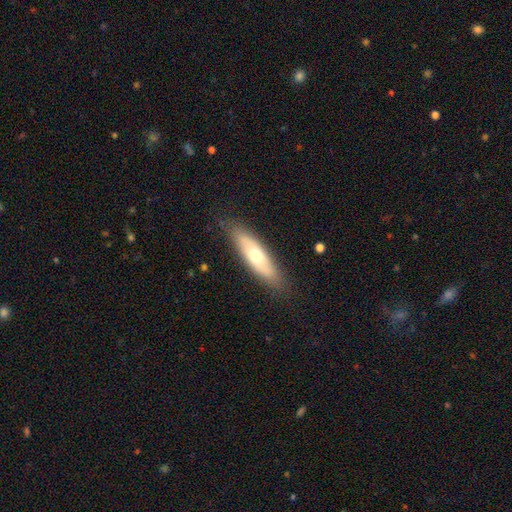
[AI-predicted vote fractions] A smooth galaxy with no disk features (55%) that is cigar-shaped (53%).

Vote fractions:
- Smooth or featured? smooth: 55% / featured or disk: 39% / star or artifact: 6%
- How rounded? cigar-shaped: 53% / in between: 45% / round: 2%
- Merging? none: 83% / minor disturbance: 13% / major disturbance: 3% / merger: 1%